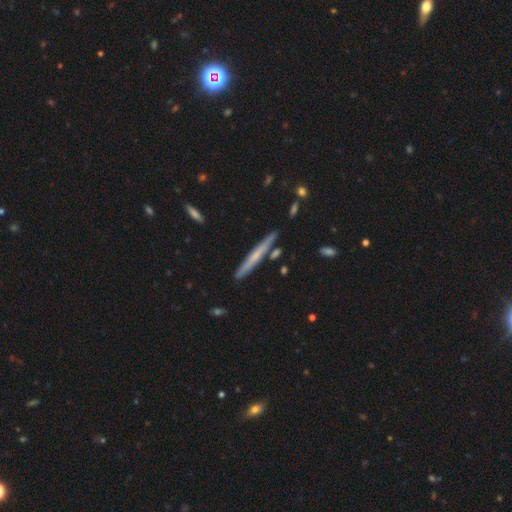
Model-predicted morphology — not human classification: Smooth or featured?
  - featured or disk: 49% *
  - smooth: 44%
  - star or artifact: 7%
Merging?
  - none: 86% *
  - minor disturbance: 9%
  - merger: 3%
  - major disturbance: 2%